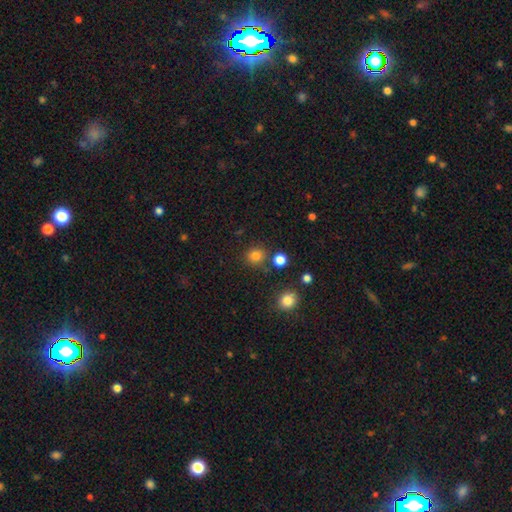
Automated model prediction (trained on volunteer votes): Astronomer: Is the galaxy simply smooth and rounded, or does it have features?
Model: smooth — 80%.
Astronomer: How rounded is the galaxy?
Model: round — 88%.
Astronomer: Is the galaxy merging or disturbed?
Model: none — 81%.